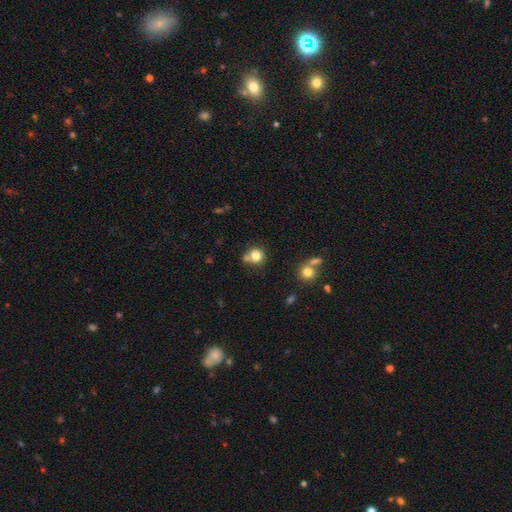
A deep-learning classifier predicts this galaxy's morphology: The model was most divided on "merging": none: 62%, merger: 22%, minor disturbance: 12%, major disturbance: 4%. More confident: how rounded — round (87%); smooth or featured — smooth (80%).